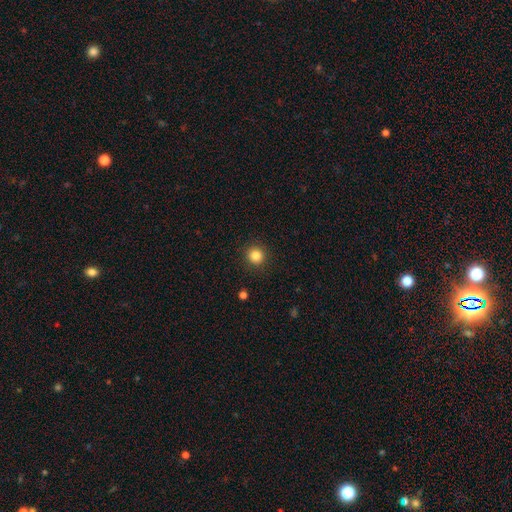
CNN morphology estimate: A smooth galaxy with no disk features (84%) that is round (93%).

Vote fractions:
- Smooth or featured? smooth: 84% / star or artifact: 11% / featured or disk: 4%
- How rounded? round: 93% / in between: 6% / cigar-shaped: 1%
- Merging? none: 92% / minor disturbance: 5% / major disturbance: 2% / merger: 1%